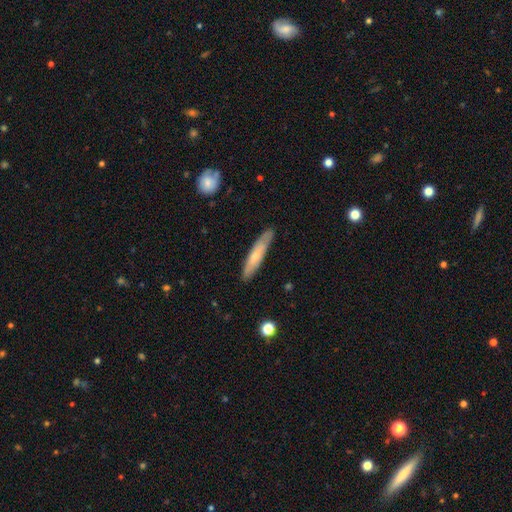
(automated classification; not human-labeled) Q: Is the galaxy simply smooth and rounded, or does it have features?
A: smooth — 59%.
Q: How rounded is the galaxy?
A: cigar-shaped — 88%.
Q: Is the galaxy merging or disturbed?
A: none — 84%.